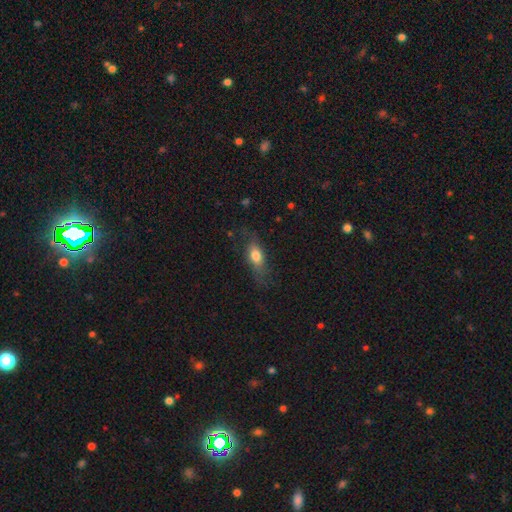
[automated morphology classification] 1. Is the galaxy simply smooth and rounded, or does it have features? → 68% smooth, 24% featured or disk, 8% star or artifact.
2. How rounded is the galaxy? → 71% in between, 23% cigar-shaped, 6% round.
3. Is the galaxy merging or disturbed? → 64% none, 23% minor disturbance, 11% major disturbance, 2% merger.